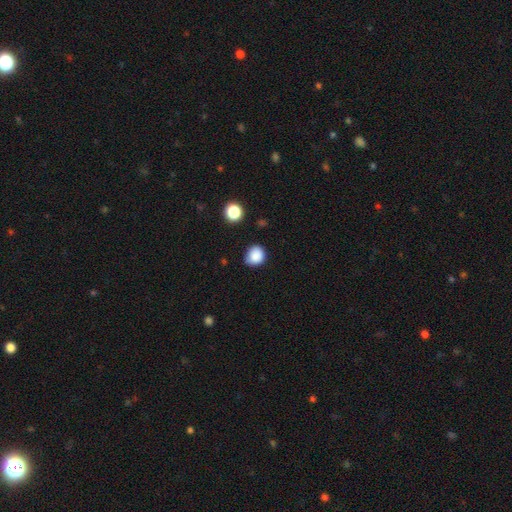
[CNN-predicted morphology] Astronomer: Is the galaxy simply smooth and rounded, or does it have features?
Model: smooth — 86%.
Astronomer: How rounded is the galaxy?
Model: round — 77%.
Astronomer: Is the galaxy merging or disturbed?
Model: none — 71%.